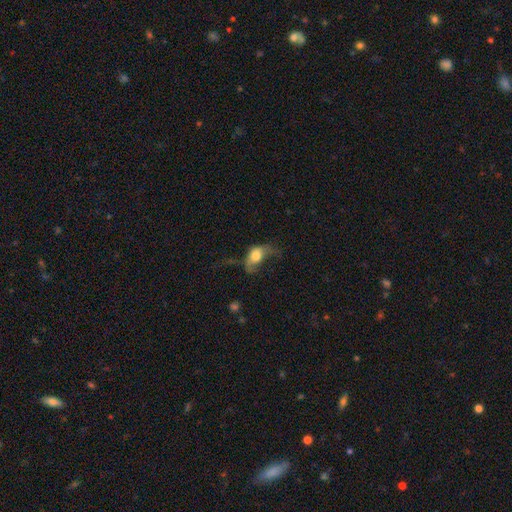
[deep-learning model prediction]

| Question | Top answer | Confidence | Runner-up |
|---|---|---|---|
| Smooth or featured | smooth | 56% | featured or disk (34%) |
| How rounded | in between | 77% | round (19%) |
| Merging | major disturbance | 56% | none (20%) |